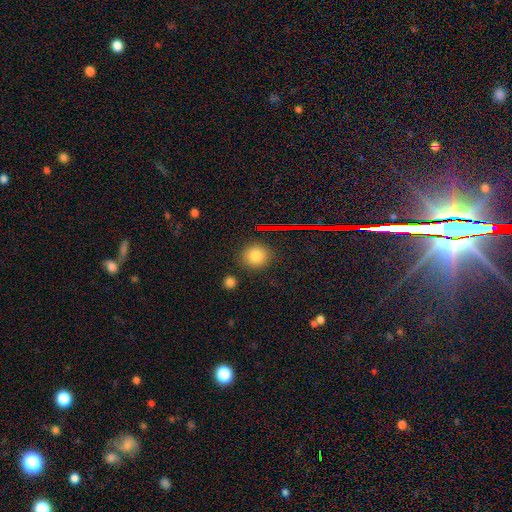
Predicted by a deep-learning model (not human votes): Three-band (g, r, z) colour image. It shows a smooth galaxy with no disk features (78%) that is round (86%). Merging: none (86%).